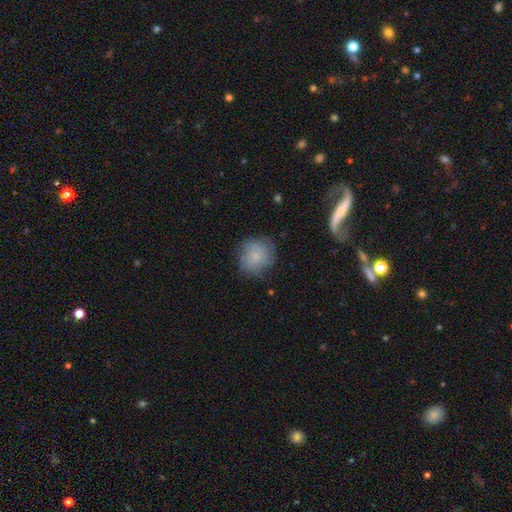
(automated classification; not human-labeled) Smooth or featured: smooth — 67% (featured or disk — 24%)
How rounded: round — 85% (in between — 13%)
Merging: none — 73% (minor disturbance — 19%)